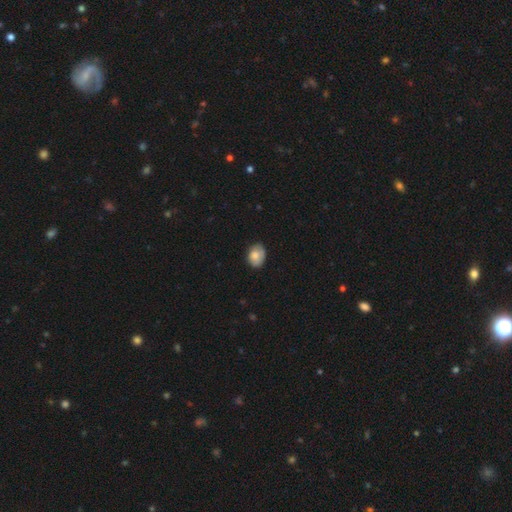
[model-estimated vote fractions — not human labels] This appears to be a smooth galaxy with no disk features (78%) that is in between round and cigar-shaped (65%). Merging: none (67%).